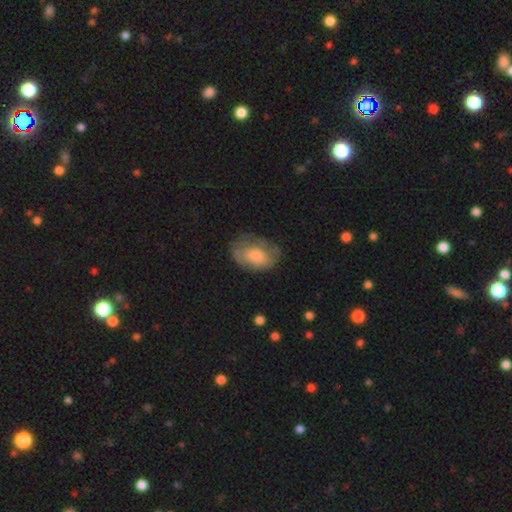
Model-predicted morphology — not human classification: A smooth galaxy with no disk features (57%) that is in between round and cigar-shaped (80%). Merging: none (56%).